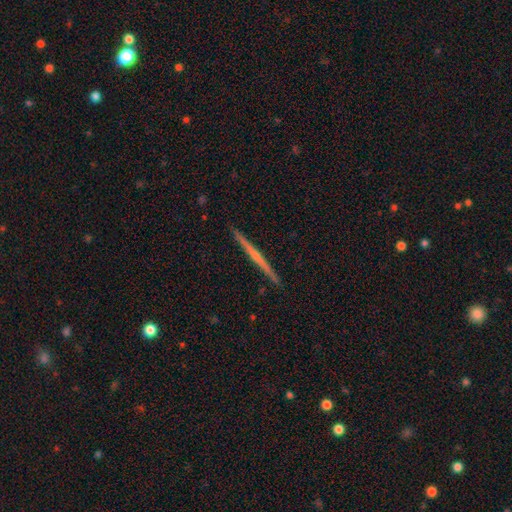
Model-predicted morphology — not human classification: featured or disk 70%, smooth 25%, star or artifact 5%. Down the decision tree: edge-on disk — yes (98%); edge-on bulge — none (52%); merging — none (93%).